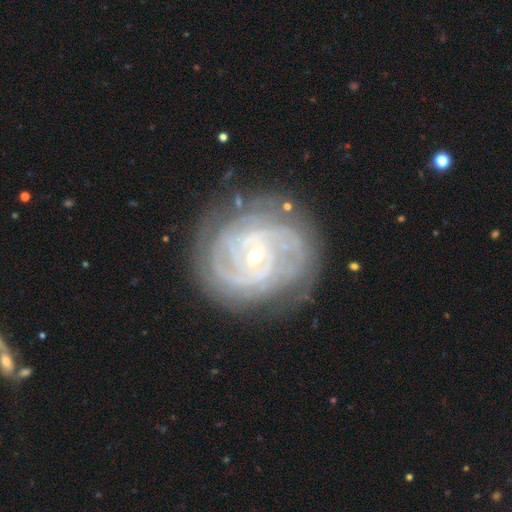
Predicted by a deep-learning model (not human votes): Q: Smooth or featured?
A: featured or disk (90%); runner-up: star or artifact (5%)
Q: Edge-on disk?
A: no (97%); runner-up: yes (3%)
Q: Bar?
A: weak (44%); runner-up: no (39%)
Q: Spiral arms?
A: yes (97%); runner-up: no (3%)
Q: Spiral winding?
A: tight (77%); runner-up: medium (20%)
Q: Spiral arm count?
A: can't tell (24%); runner-up: 3 (22%)
Q: Bulge size?
A: small (64%); runner-up: moderate (33%)
Q: Merging?
A: none (77%); runner-up: minor disturbance (16%)